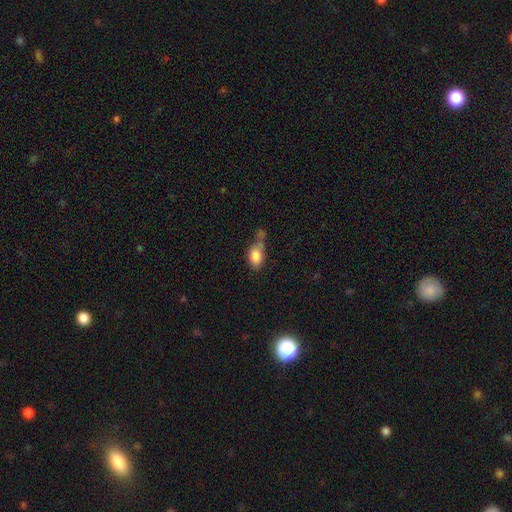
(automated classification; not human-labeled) This is clearly a smooth galaxy (82%). How rounded: clearly in between (83%). Merging: marginally none (35%).